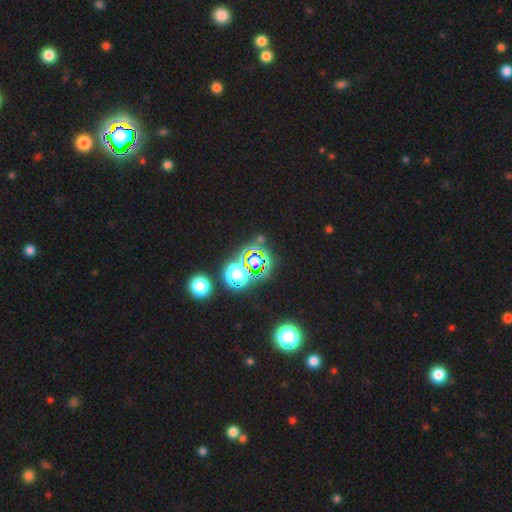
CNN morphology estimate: type=star or artifact (77%).